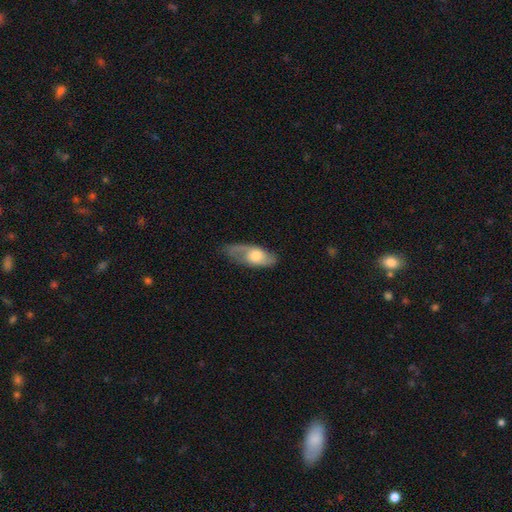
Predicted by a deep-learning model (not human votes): featured or disk 52%, smooth 42%, star or artifact 6%. Down the decision tree: edge-on disk — no (77%); merging — none (61%).